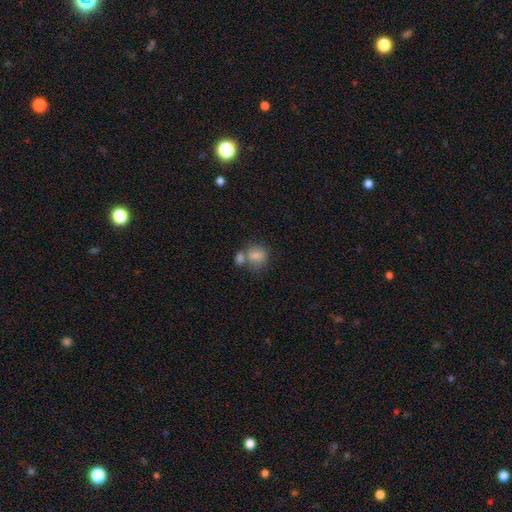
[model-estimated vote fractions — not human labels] Morphology: type=smooth (79%); roundness=round (62%); merging=merger (41%).